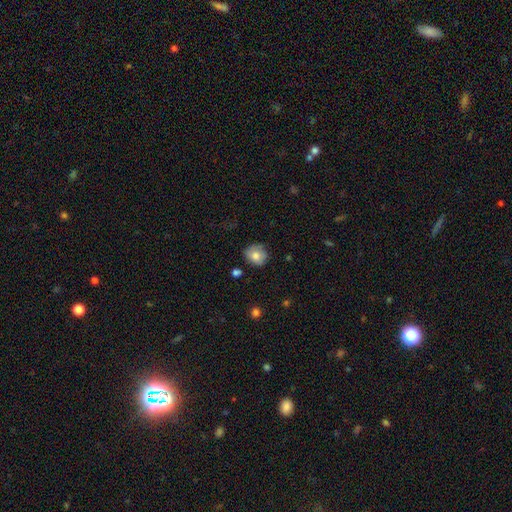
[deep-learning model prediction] Morphology: type=smooth (76%); roundness=round (76%); merging=none (70%).